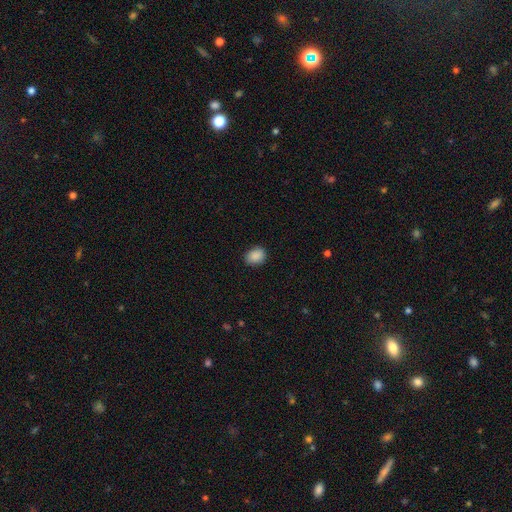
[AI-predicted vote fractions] Smooth or featured? Predicted: smooth (p=0.89). How rounded? Predicted: in between (p=0.59). Merging? Predicted: none (p=0.85).